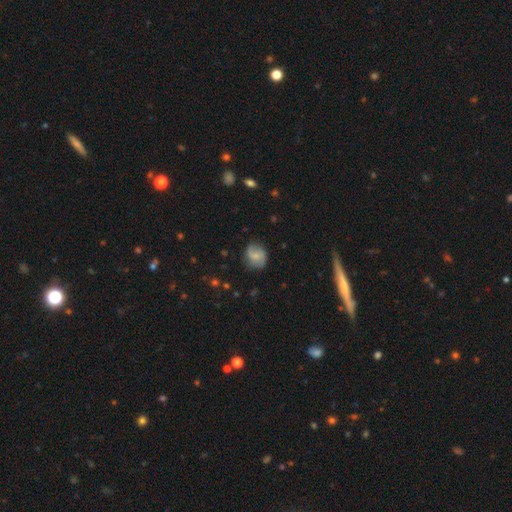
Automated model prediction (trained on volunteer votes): Q: Smooth or featured?
A: smooth (50%); runner-up: featured or disk (41%)
Q: How rounded?
A: round (74%); runner-up: in between (24%)
Q: Merging?
A: none (72%); runner-up: minor disturbance (20%)